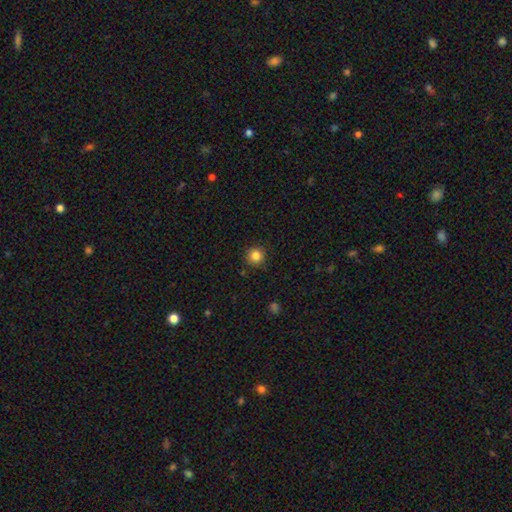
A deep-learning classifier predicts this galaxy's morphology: Smooth or featured? smooth (84%)
How rounded? round (95%)
Merging? none (90%)